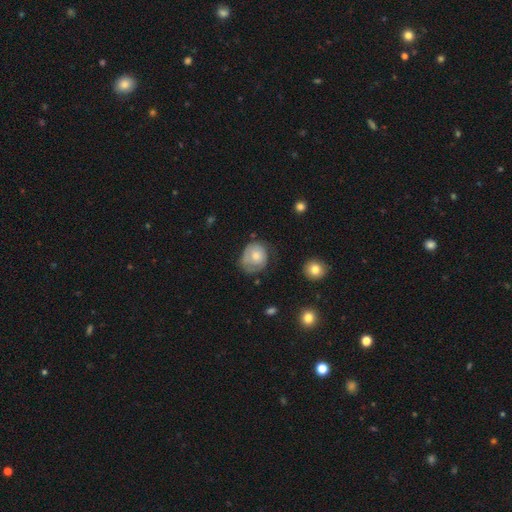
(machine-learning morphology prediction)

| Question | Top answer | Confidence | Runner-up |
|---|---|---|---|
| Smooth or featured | smooth | 54% | featured or disk (39%) |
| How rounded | round | 69% | in between (30%) |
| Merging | none | 49% | minor disturbance (31%) |